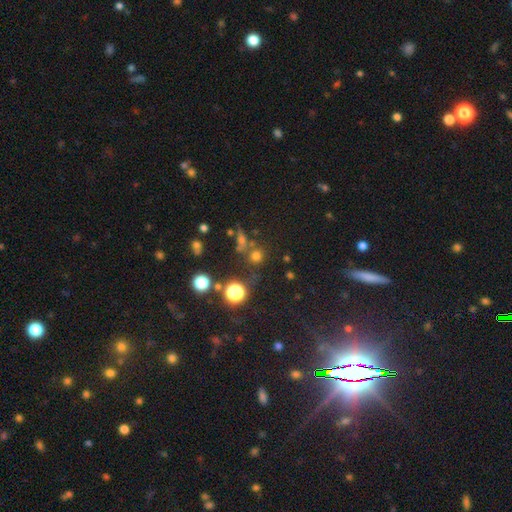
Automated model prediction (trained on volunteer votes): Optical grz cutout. It shows a smooth galaxy with no disk features (57%) that is round (89%). Merging: none (68%).